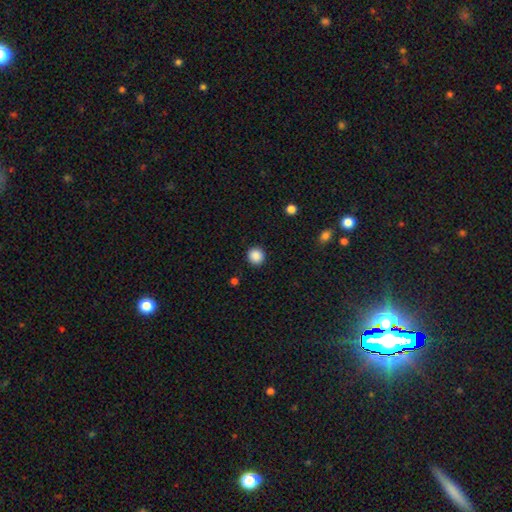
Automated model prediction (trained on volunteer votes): A smooth galaxy with no disk features (88%) that is round (94%). Merging: none (92%).